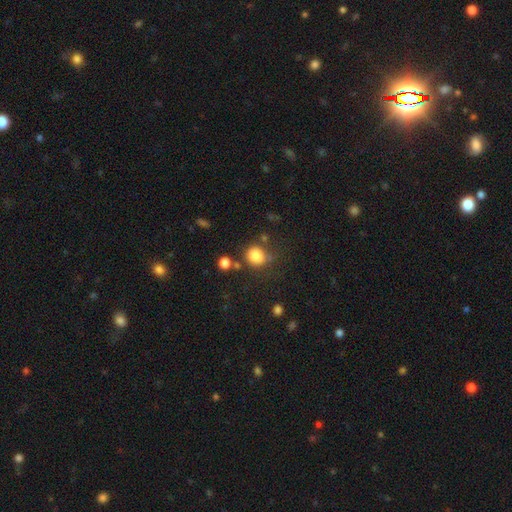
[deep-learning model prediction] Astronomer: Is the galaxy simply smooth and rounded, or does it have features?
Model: smooth — 83%.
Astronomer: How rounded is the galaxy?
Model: round — 78%.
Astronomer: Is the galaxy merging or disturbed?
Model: none — 68%.